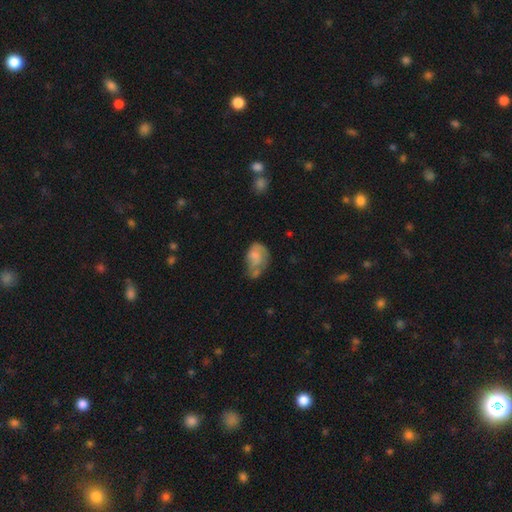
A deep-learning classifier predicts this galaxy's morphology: Smooth or featured? Predicted: smooth (p=0.53). How rounded? Predicted: in between (p=0.78). Merging? Predicted: minor disturbance (p=0.31).